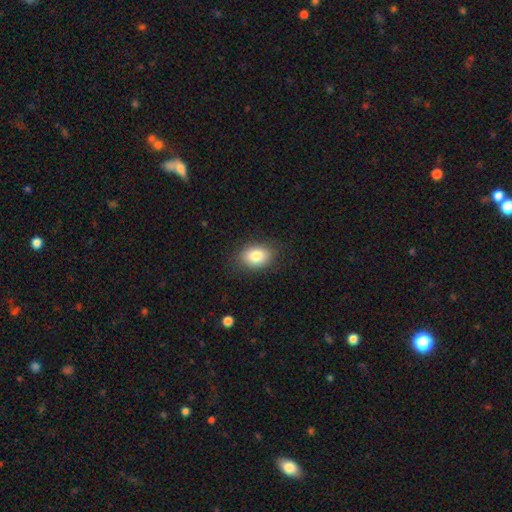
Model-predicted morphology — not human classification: The model was most divided on "how rounded": in between: 72%, round: 27%, cigar-shaped: 1%. More confident: smooth or featured — smooth (84%); merging — none (83%).